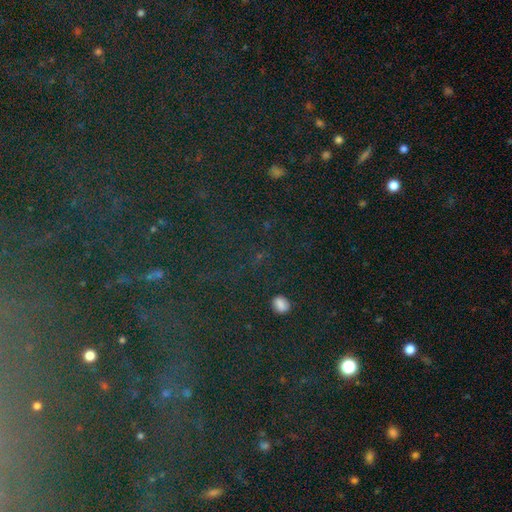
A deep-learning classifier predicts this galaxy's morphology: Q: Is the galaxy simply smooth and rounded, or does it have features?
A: star or artifact — 80%.